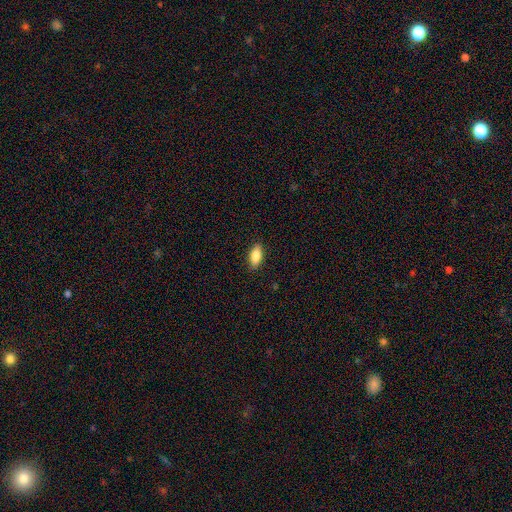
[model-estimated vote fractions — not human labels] Overall: smooth (84%). How rounded: in between (85%). Merging: none (88%).